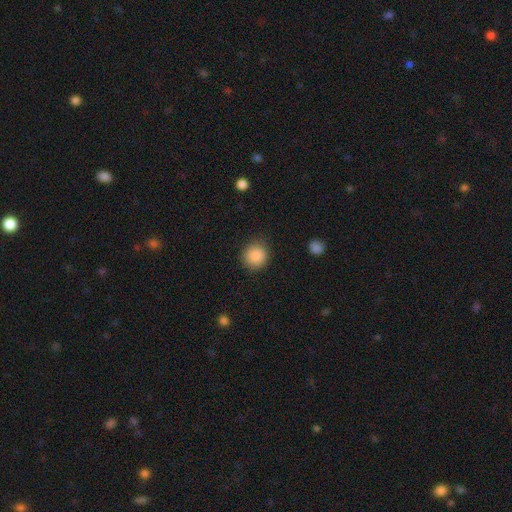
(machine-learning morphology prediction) Smooth or featured?
  - smooth: 88% *
  - star or artifact: 8%
  - featured or disk: 3%
How rounded?
  - round: 90% *
  - in between: 9%
  - cigar-shaped: 1%
Merging?
  - none: 88% *
  - minor disturbance: 8%
  - major disturbance: 3%
  - merger: 1%